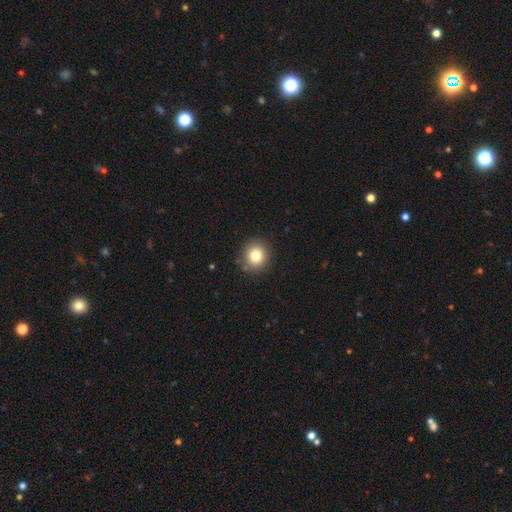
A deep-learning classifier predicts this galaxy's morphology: Smooth or featured? Predicted: smooth (p=0.81). How rounded? Predicted: round (p=0.88). Merging? Predicted: none (p=0.88).